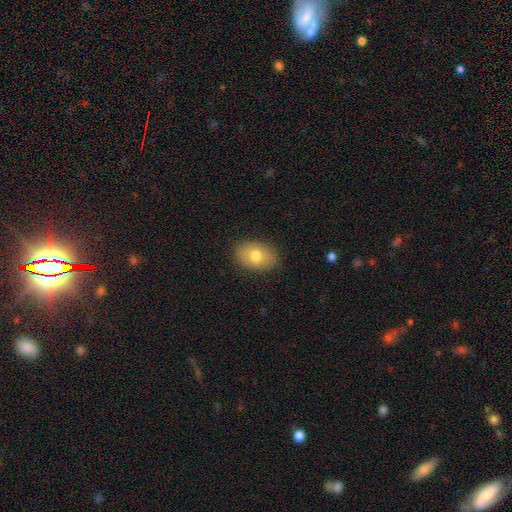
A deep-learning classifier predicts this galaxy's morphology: Smooth or featured? smooth (75%)
How rounded? in between (85%)
Merging? none (85%)